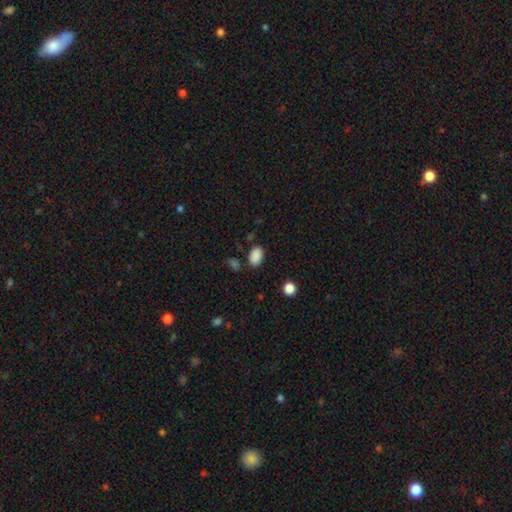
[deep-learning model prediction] smooth-or-featured: smooth: 87% | star or artifact: 10% | featured or disk: 3%
  how-rounded: in between: 87% | round: 12% | cigar-shaped: 1%
  merging: none: 80% | minor disturbance: 12% | merger: 4% | major disturbance: 3%